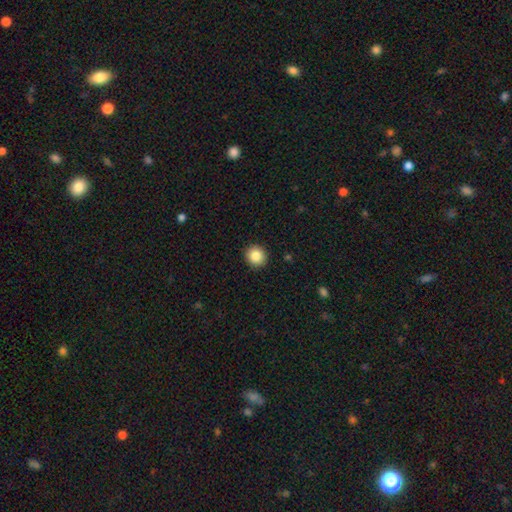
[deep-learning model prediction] smooth_or_featured: smooth (p=0.85) [alt: star or artifact p=0.09]
how_rounded: round (p=0.89) [alt: in between p=0.10]
merging: none (p=0.92) [alt: minor disturbance p=0.05]